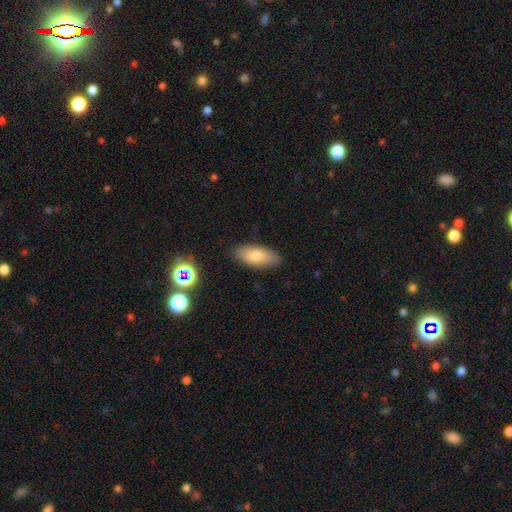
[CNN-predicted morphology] This appears to be a smooth galaxy with no disk features (77%) that is in between round and cigar-shaped (87%). Merging: none (84%).